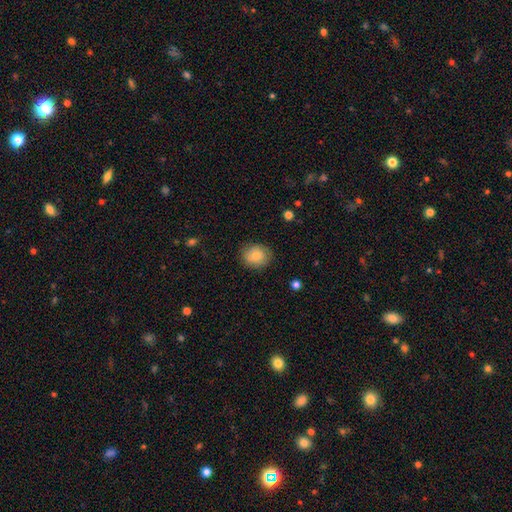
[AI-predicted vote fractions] This appears to be a smooth galaxy with no disk features (81%) that is round (73%). Merging: none (82%).